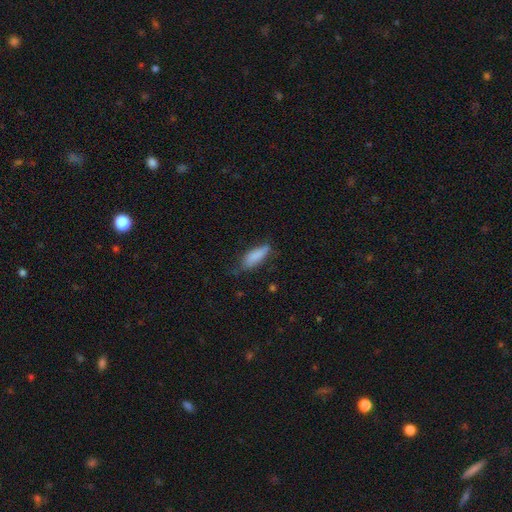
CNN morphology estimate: A smooth galaxy with no disk features (82%) that is in between round and cigar-shaped (60%). Merging: none (55%).